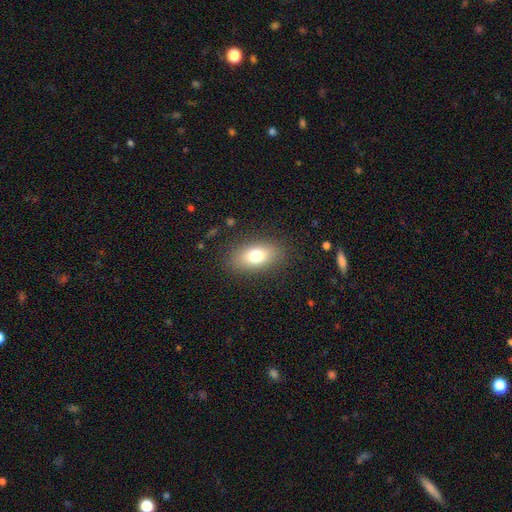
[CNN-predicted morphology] smooth-or-featured: smooth: 75% | featured or disk: 15% | star or artifact: 10%
  how-rounded: in between: 86% | round: 9% | cigar-shaped: 4%
  merging: none: 85% | minor disturbance: 10% | major disturbance: 4% | merger: 1%